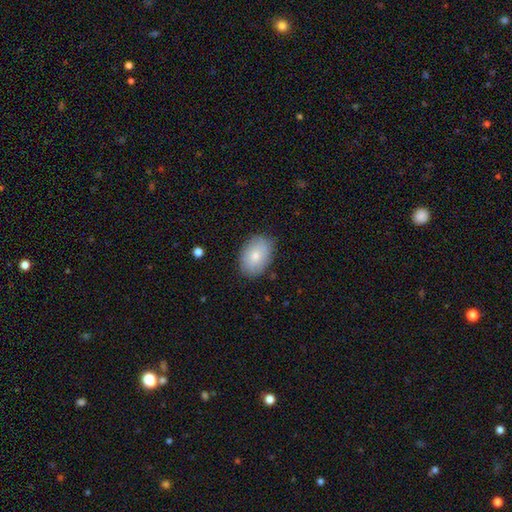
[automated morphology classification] Q: Smooth or featured?
A: smooth (78%); runner-up: featured or disk (16%)
Q: How rounded?
A: in between (84%); runner-up: round (15%)
Q: Merging?
A: none (80%); runner-up: minor disturbance (15%)